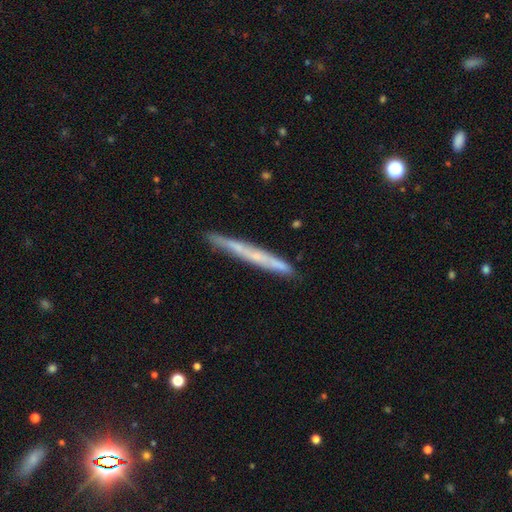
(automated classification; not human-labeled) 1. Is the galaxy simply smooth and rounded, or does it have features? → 55% featured or disk, 39% smooth, 6% star or artifact.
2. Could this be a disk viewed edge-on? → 92% yes, 8% no.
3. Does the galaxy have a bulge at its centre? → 77% none, 19% rounded, 4% boxy.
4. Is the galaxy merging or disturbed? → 85% none, 11% minor disturbance, 2% major disturbance, 2% merger.